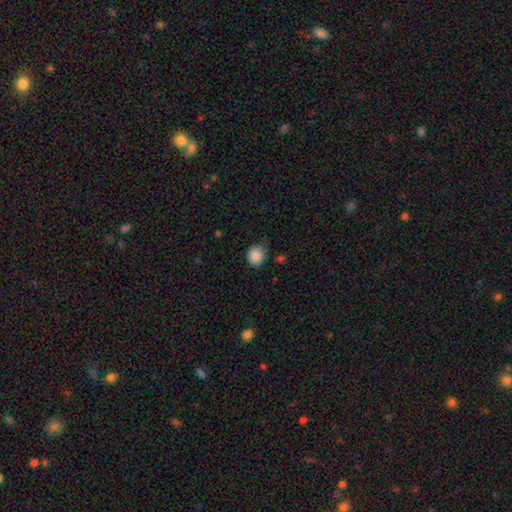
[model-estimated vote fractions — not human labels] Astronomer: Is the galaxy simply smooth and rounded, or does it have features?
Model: smooth — 87%.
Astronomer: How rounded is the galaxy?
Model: round — 74%.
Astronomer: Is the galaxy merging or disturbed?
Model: none — 71%.